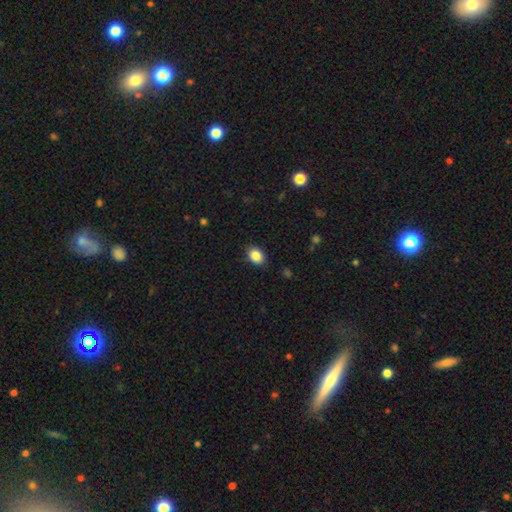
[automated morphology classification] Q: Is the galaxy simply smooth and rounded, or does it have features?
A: smooth — 87%.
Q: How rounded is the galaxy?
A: in between — 73%.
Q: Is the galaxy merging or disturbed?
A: none — 87%.